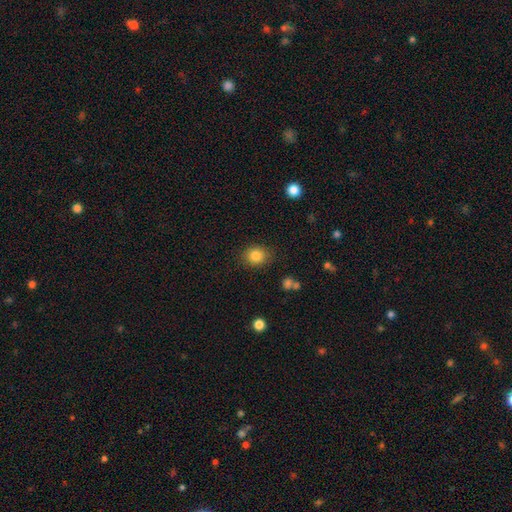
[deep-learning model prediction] Smooth or featured? Predicted: smooth (p=0.85). How rounded? Predicted: round (p=0.70). Merging? Predicted: none (p=0.84).